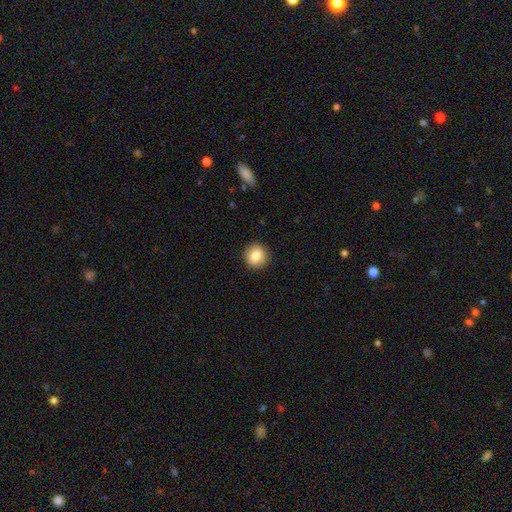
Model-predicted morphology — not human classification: This appears to be a smooth galaxy with no disk features (81%) that is round (89%). Merging: none (90%).